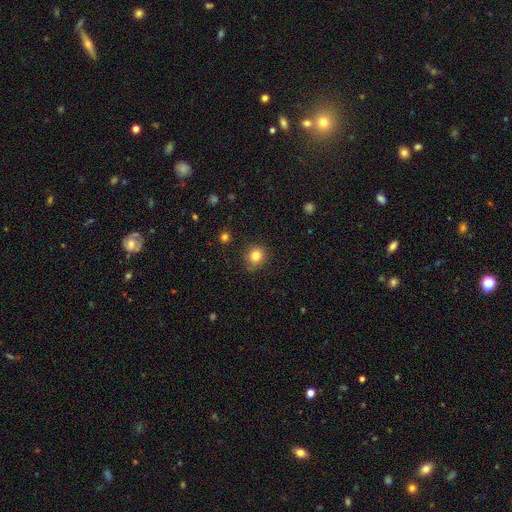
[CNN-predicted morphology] Q: Smooth or featured?
A: smooth (82%); runner-up: star or artifact (12%)
Q: How rounded?
A: round (87%); runner-up: in between (12%)
Q: Merging?
A: none (86%); runner-up: minor disturbance (10%)